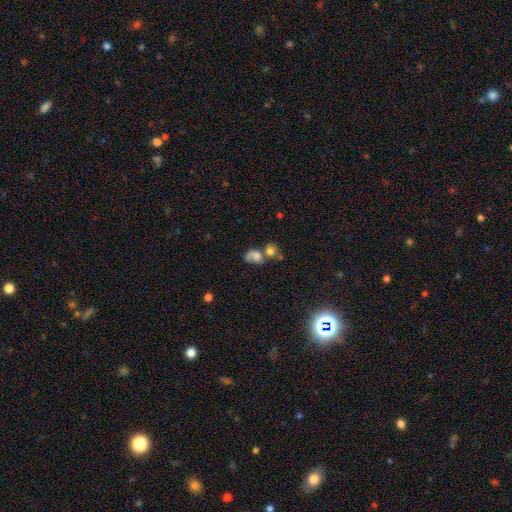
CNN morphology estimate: Smooth or featured? smooth (62%)
How rounded? in between (57%)
Merging? merger (55%)